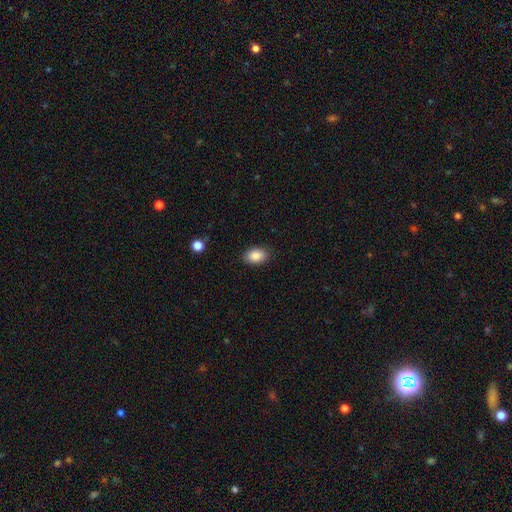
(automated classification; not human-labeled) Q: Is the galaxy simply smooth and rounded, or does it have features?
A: smooth — 88%.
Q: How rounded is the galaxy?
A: in between — 85%.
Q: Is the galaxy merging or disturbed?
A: none — 87%.